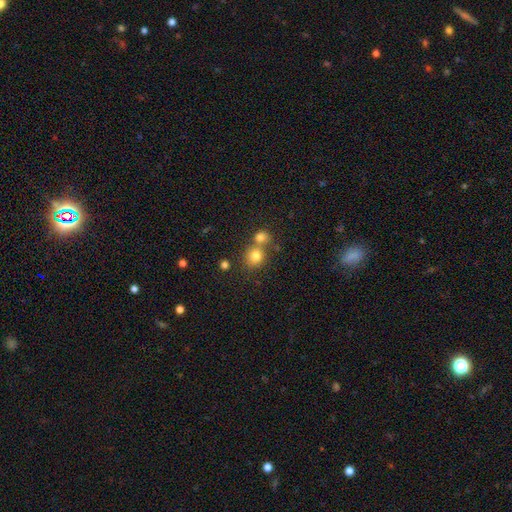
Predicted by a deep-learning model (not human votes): Q: Smooth or featured?
A: smooth (78%); runner-up: star or artifact (14%)
Q: How rounded?
A: round (81%); runner-up: in between (18%)
Q: Merging?
A: none (51%); runner-up: merger (38%)